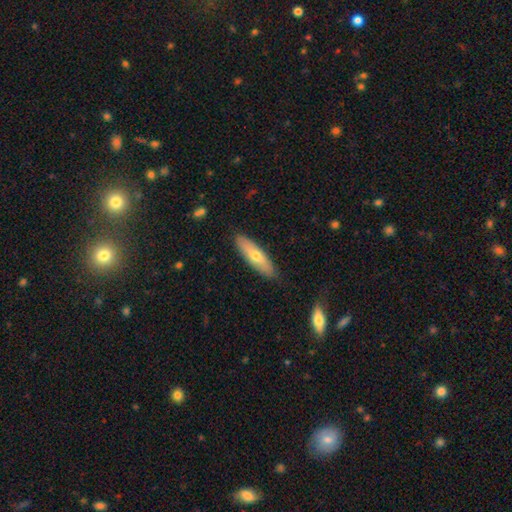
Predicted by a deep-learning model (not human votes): A smooth galaxy with no disk features (60%) that is cigar-shaped (62%).

Vote fractions:
- Smooth or featured? smooth: 60% / featured or disk: 35% / star or artifact: 6%
- How rounded? cigar-shaped: 62% / in between: 37% / round: 2%
- Merging? none: 87% / minor disturbance: 10% / major disturbance: 2% / merger: 1%